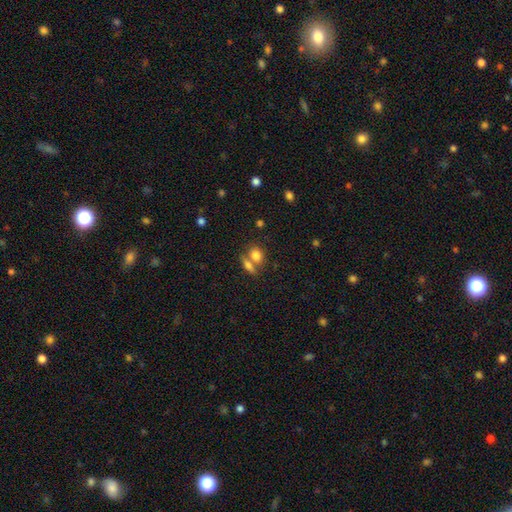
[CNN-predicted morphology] smooth 79%, featured or disk 11%, star or artifact 10%. Down the decision tree: how rounded — in between (60%); merging — none (44%).